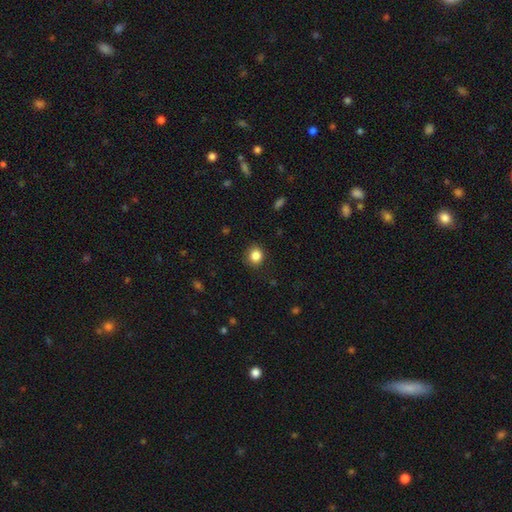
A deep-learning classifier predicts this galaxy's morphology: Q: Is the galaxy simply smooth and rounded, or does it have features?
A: smooth — 85%.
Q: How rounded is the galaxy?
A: round — 80%.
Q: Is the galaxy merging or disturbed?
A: none — 86%.